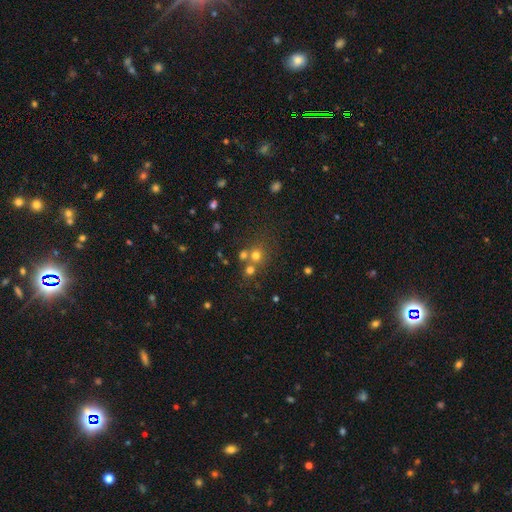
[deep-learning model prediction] smooth-or-featured: smooth: 66% | star or artifact: 21% | featured or disk: 12%
  how-rounded: round: 85% | in between: 14% | cigar-shaped: 1%
  merging: none: 52% | merger: 37% | minor disturbance: 7% | major disturbance: 4%